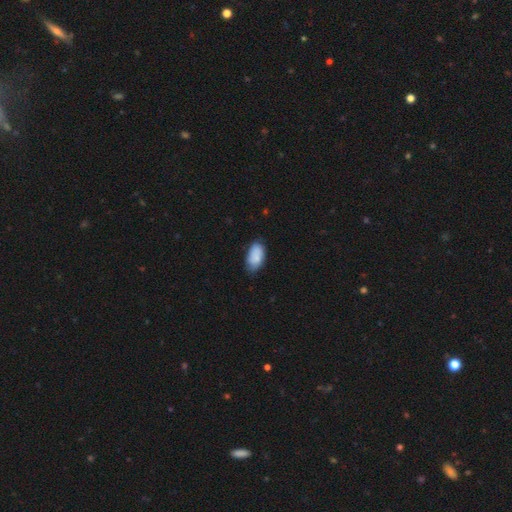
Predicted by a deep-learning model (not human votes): A smooth galaxy with no disk features (82%) that is in between round and cigar-shaped (94%). Merging: none (68%).